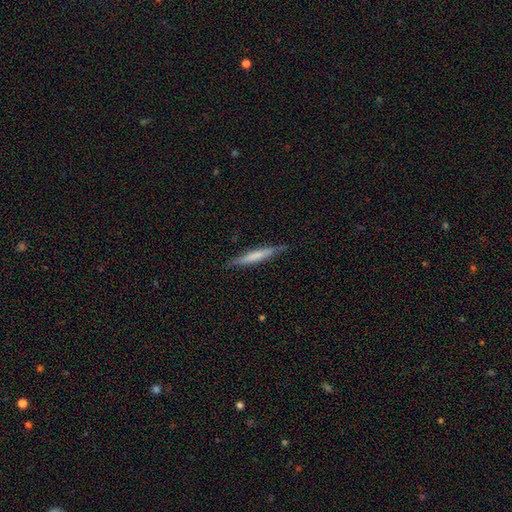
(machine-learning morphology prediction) A smooth galaxy with no disk features (54%) that is cigar-shaped (94%).

Vote fractions:
- Smooth or featured? smooth: 54% / featured or disk: 40% / star or artifact: 6%
- How rounded? cigar-shaped: 94% / in between: 4% / round: 1%
- Merging? none: 86% / minor disturbance: 11% / major disturbance: 2% / merger: 1%